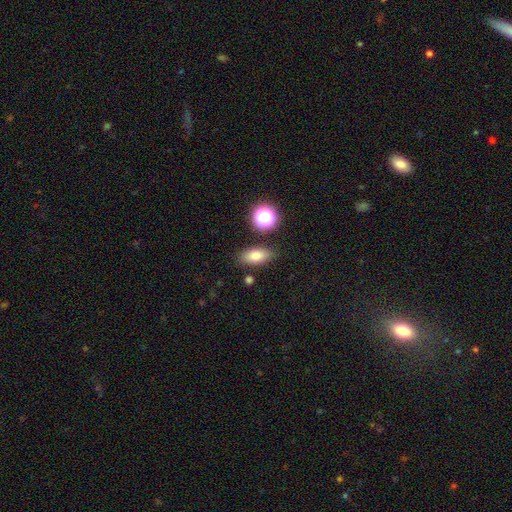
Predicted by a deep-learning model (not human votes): A smooth galaxy with no disk features (76%) that is in between round and cigar-shaped (82%).

Vote fractions:
- Smooth or featured? smooth: 76% / featured or disk: 12% / star or artifact: 12%
- How rounded? in between: 82% / round: 10% / cigar-shaped: 8%
- Merging? none: 82% / minor disturbance: 11% / merger: 4% / major disturbance: 3%